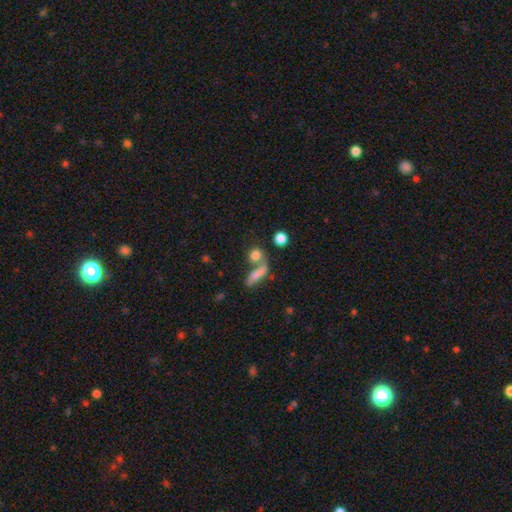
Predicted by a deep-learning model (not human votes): Smooth or featured: smooth — 76% (featured or disk — 12%)
How rounded: round — 59% (in between — 28%)
Merging: none — 45% (merger — 37%)